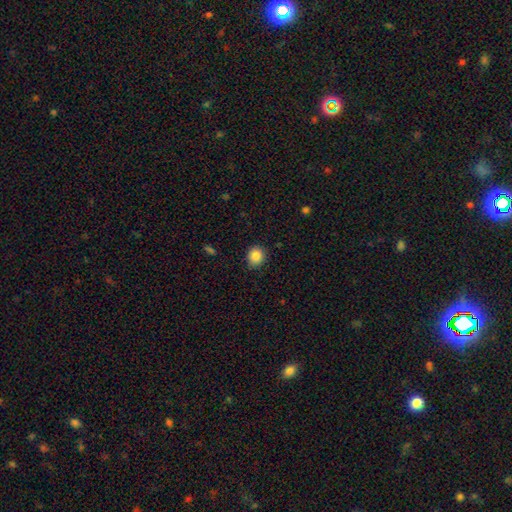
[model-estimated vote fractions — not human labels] This appears to be a smooth galaxy with no disk features (86%) that is round (80%). Merging: none (87%).